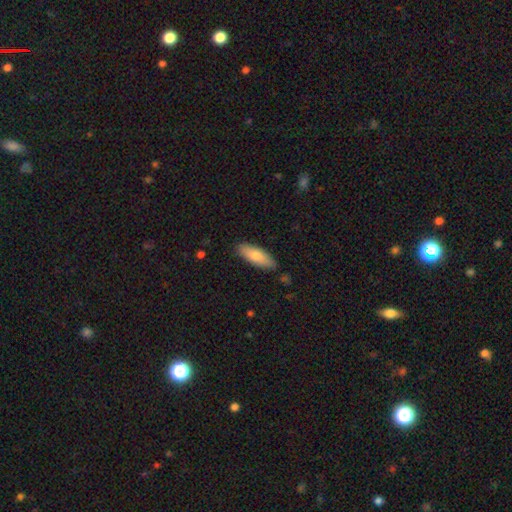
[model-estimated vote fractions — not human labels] A smooth galaxy with no disk features (79%) that is in between round and cigar-shaped (65%). Merging: none (86%).